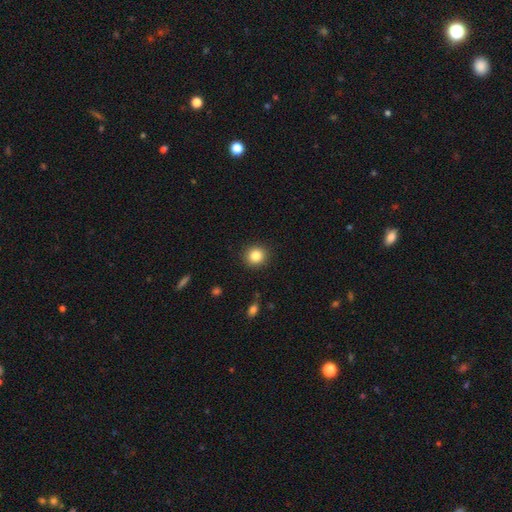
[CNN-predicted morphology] Smooth or featured: smooth — 85% (star or artifact — 10%)
How rounded: round — 91% (in between — 8%)
Merging: none — 91% (minor disturbance — 6%)